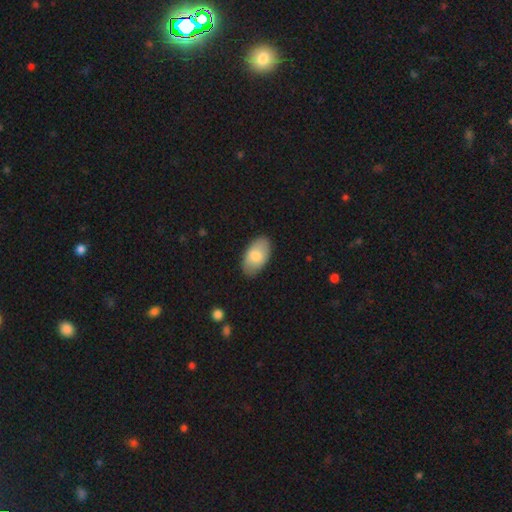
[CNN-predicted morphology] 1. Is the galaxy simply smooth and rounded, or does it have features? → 77% smooth, 18% featured or disk, 6% star or artifact.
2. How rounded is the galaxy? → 95% in between, 4% round, 1% cigar-shaped.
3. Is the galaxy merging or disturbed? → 85% none, 12% minor disturbance, 2% major disturbance, 1% merger.